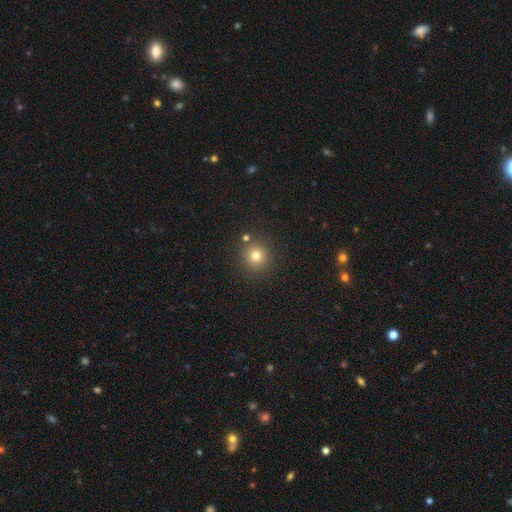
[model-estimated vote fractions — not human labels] The model was most divided on "smooth or featured": smooth: 77%, star or artifact: 16%, featured or disk: 8%. More confident: how rounded — round (94%); merging — none (85%).